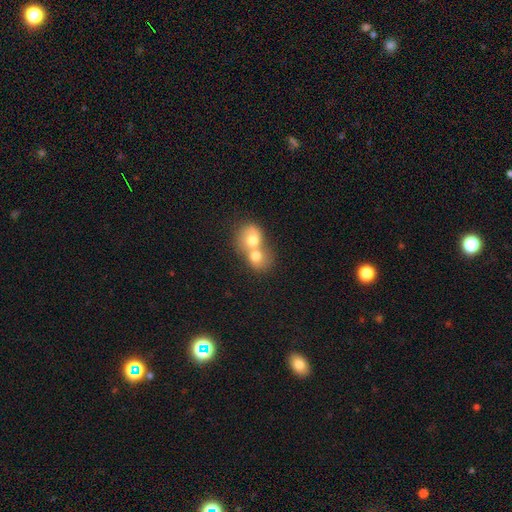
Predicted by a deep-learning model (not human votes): smooth_or_featured: smooth (p=0.67) [alt: featured or disk p=0.24]
how_rounded: round (p=0.65) [alt: in between p=0.34]
merging: merger (p=0.78) [alt: none p=0.15]